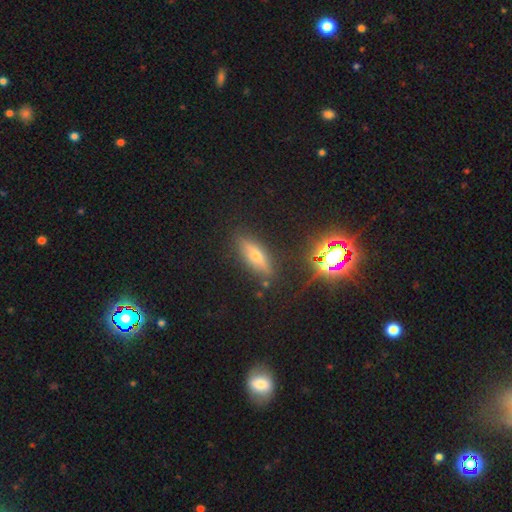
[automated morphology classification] A smooth galaxy with no disk features (43%). Merging: none (85%).